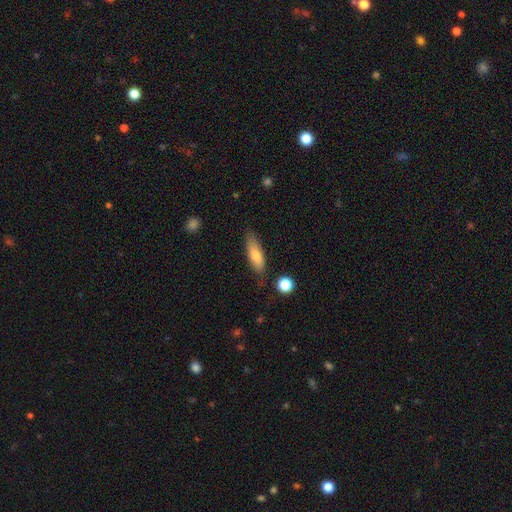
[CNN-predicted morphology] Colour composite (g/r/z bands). It shows a smooth galaxy with no disk features (75%) that is in between round and cigar-shaped (52%). Merging: none (74%).